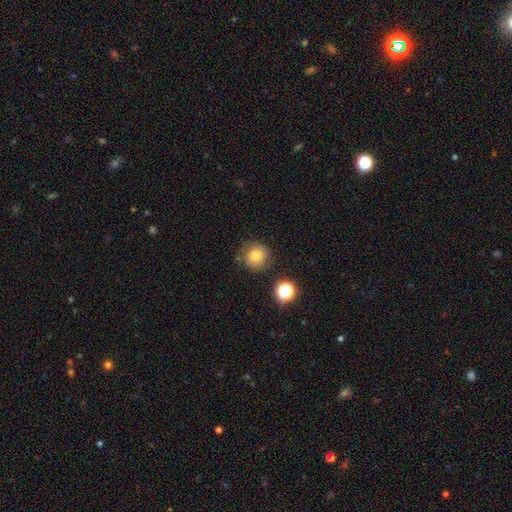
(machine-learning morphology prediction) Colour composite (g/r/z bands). It shows a smooth galaxy with no disk features (75%) that is round (89%). Merging: none (73%).